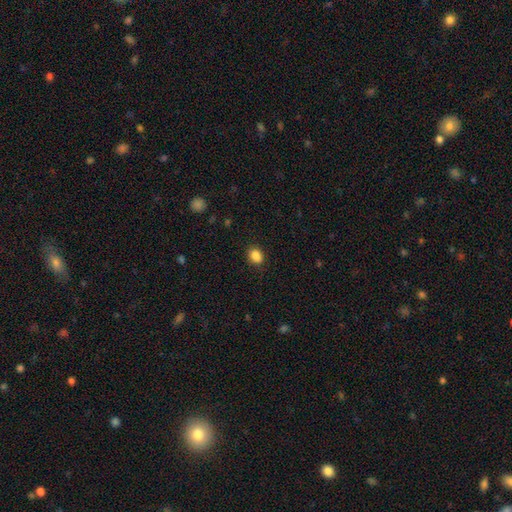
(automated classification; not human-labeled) Smooth or featured?
  - smooth: 87% *
  - star or artifact: 10%
  - featured or disk: 3%
How rounded?
  - in between: 59% *
  - round: 40%
  - cigar-shaped: 1%
Merging?
  - none: 84% *
  - minor disturbance: 12%
  - major disturbance: 3%
  - merger: 1%